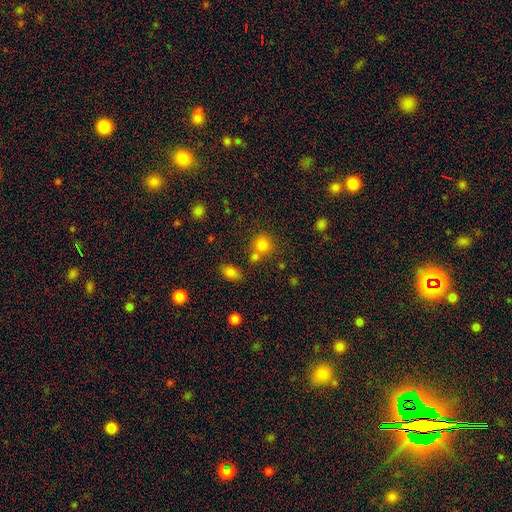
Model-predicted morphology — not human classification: Overall: smooth (51%; star or artifact 41%). How rounded: round (83%). Merging: none (72%).